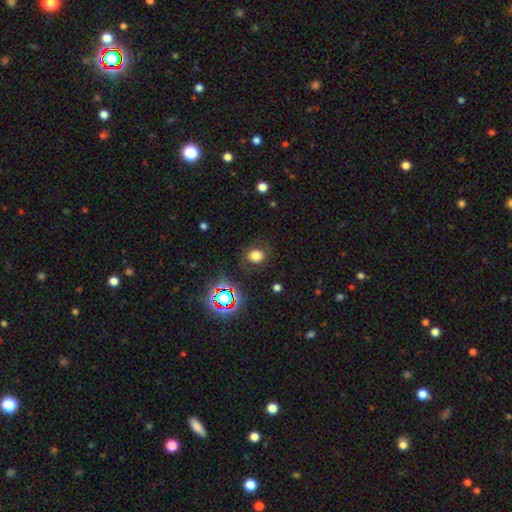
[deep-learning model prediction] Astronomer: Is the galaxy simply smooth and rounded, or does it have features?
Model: smooth — 70%.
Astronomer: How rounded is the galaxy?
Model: round — 69%.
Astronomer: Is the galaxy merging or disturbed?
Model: none — 77%.